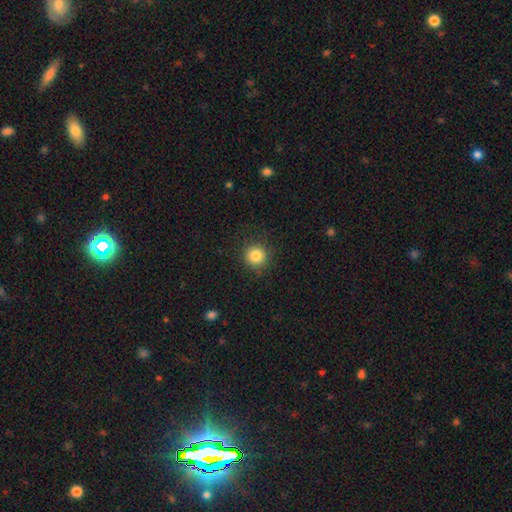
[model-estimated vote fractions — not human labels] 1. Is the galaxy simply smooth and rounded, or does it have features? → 84% smooth, 11% star or artifact, 5% featured or disk.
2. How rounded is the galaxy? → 94% round, 5% in between, 1% cigar-shaped.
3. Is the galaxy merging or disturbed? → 88% none, 8% minor disturbance, 3% major disturbance, 1% merger.